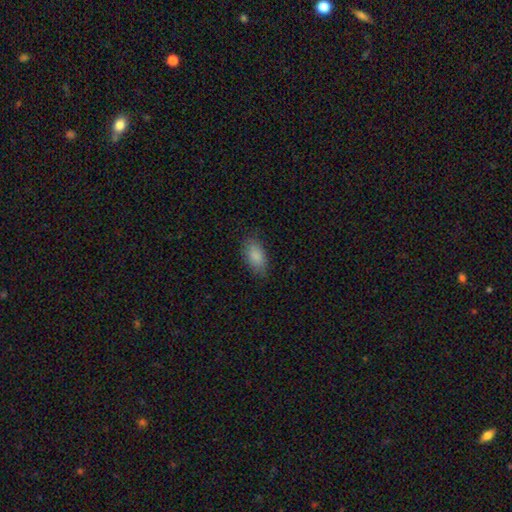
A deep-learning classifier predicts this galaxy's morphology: type=smooth (88%); roundness=in between (92%); merging=none (80%).